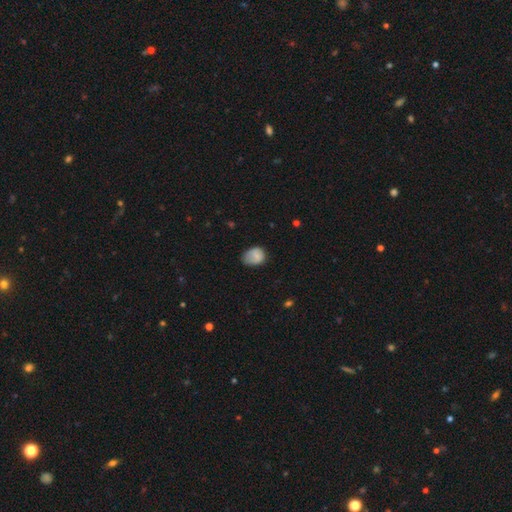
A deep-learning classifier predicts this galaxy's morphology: A smooth galaxy with no disk features (78%) that is in between round and cigar-shaped (56%). Merging: none (52%).